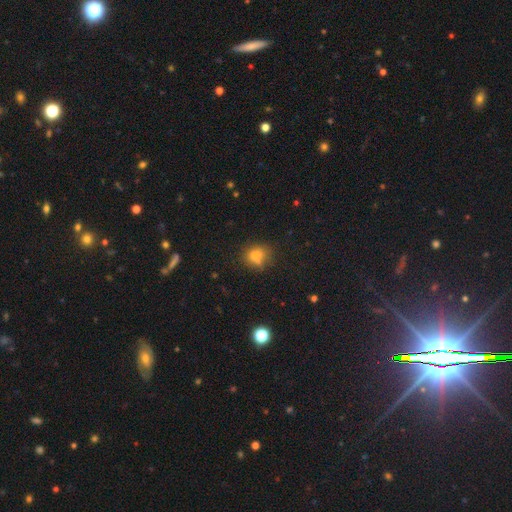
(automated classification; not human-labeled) smooth 75%, star or artifact 15%, featured or disk 10%. Down the decision tree: how rounded — round (65%); merging — none (57%).